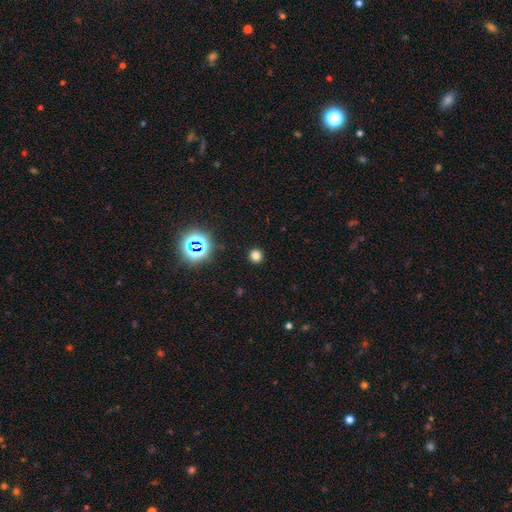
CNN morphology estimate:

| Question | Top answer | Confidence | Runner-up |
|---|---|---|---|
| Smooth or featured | smooth | 75% | star or artifact (20%) |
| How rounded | round | 92% | in between (7%) |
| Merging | none | 92% | minor disturbance (5%) |